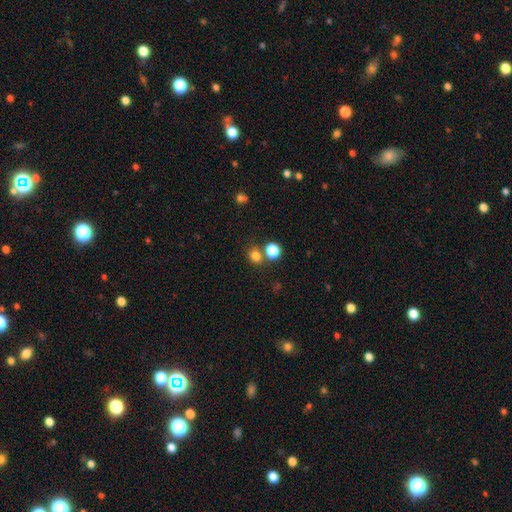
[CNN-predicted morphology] A smooth galaxy with no disk features (78%) that is round (69%).

Vote fractions:
- Smooth or featured? smooth: 78% / star or artifact: 16% / featured or disk: 6%
- How rounded? round: 69% / in between: 30% / cigar-shaped: 1%
- Merging? none: 64% / merger: 22% / minor disturbance: 10% / major disturbance: 4%